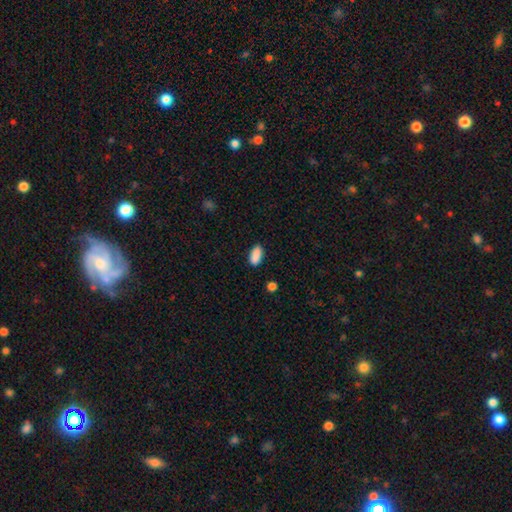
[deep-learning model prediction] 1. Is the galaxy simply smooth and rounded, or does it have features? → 89% smooth, 7% star or artifact, 4% featured or disk.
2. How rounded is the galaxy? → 87% in between, 10% cigar-shaped, 3% round.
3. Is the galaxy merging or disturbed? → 84% none, 12% minor disturbance, 2% major disturbance, 2% merger.